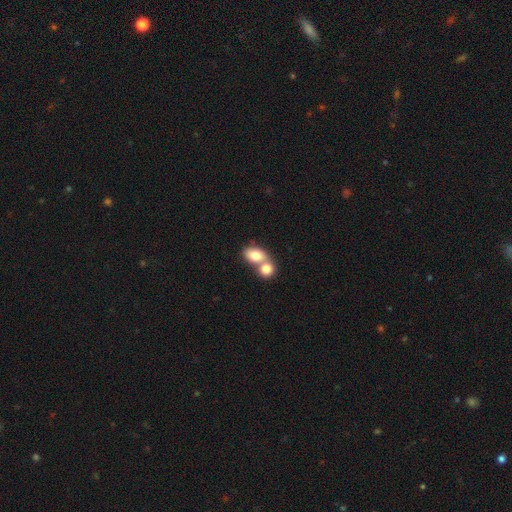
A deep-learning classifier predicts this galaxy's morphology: The model was most divided on "how rounded": in between: 69%, round: 30%, cigar-shaped: 2%. More confident: smooth or featured — smooth (78%); merging — merger (67%).